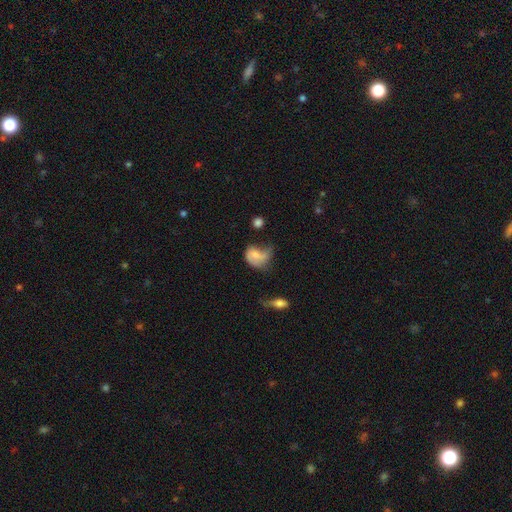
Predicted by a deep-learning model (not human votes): smooth 56%, featured or disk 35%, star or artifact 10%. Down the decision tree: how rounded — in between (64%); merging — major disturbance (39%).